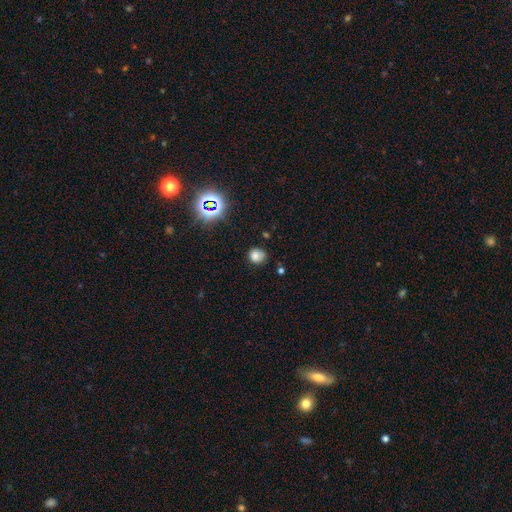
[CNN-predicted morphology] Overall: smooth (75%). How rounded: round (79%). Merging: none (71%).